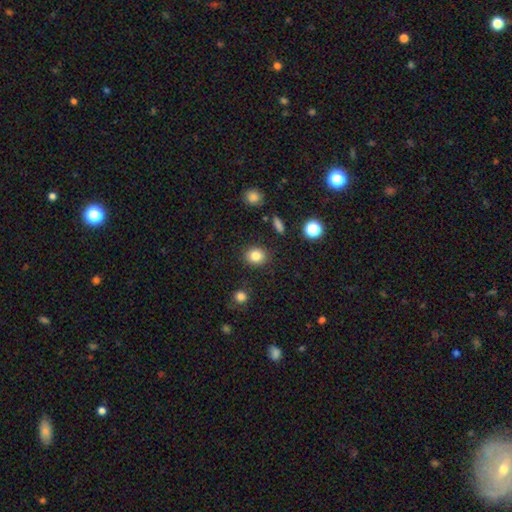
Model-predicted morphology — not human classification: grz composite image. It shows a smooth galaxy with no disk features (83%) that is round (71%). Merging: none (88%).